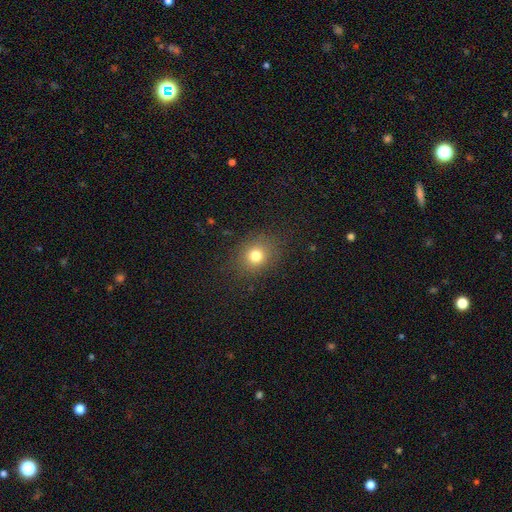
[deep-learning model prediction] The model was most divided on "how rounded": round: 69%, in between: 30%, cigar-shaped: 1%. More confident: merging — none (85%); smooth or featured — smooth (77%).